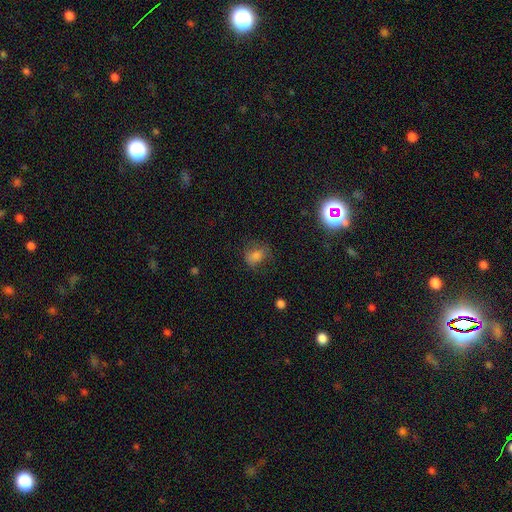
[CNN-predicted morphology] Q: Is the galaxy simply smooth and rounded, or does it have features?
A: smooth — 71%.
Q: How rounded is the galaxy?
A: in between — 58%.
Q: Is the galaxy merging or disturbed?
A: none — 65%.